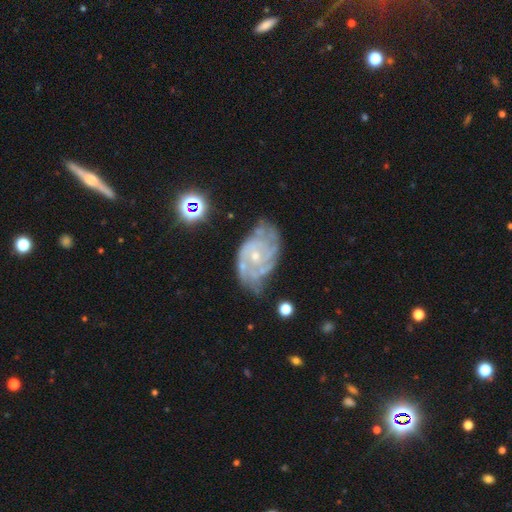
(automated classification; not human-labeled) Smooth or featured?
  - featured or disk: 83% *
  - smooth: 9%
  - star or artifact: 7%
Edge-on disk?
  - no: 97% *
  - yes: 3%
Bar?
  - no: 71% *
  - weak: 24%
  - strong: 5%
Spiral arms?
  - yes: 93% *
  - no: 7%
Spiral winding?
  - tight: 58% *
  - medium: 34%
  - loose: 8%
Spiral arm count?
  - can't tell: 33% *
  - 2: 27%
  - 3: 21%
  - 4: 10%
  - more than 4: 5%
  - 1: 5%
Bulge size?
  - small: 69% *
  - moderate: 27%
  - none: 2%
  - large: 1%
  - dominant: 1%
Merging?
  - none: 56% *
  - minor disturbance: 28%
  - major disturbance: 12%
  - merger: 3%